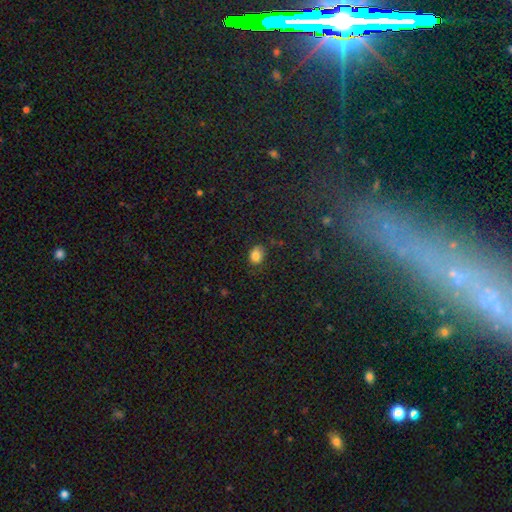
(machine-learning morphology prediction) Overall: smooth (82%). How rounded: in between (51%; round 48%). Merging: none (68%).